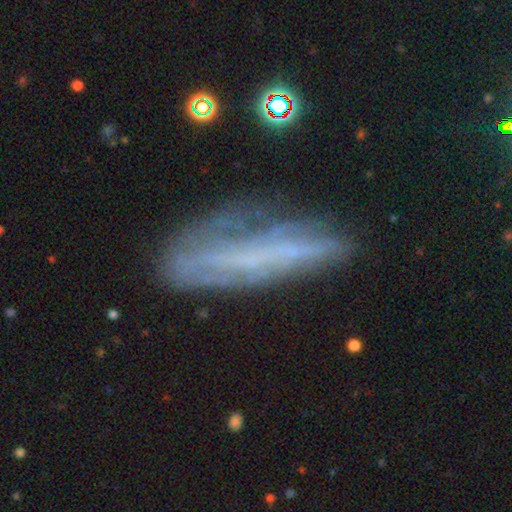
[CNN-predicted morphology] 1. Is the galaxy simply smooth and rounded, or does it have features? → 52% featured or disk, 30% smooth, 17% star or artifact.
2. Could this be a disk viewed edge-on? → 50% no (tied), 50% yes (tied).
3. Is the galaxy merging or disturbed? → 59% none, 25% minor disturbance, 13% major disturbance, 3% merger.